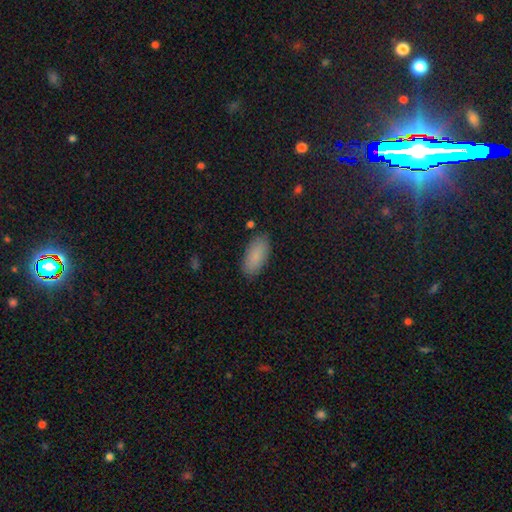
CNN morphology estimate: A smooth galaxy with no disk features (86%) that is in between round and cigar-shaped (89%).

Vote fractions:
- Smooth or featured? smooth: 86% / star or artifact: 8% / featured or disk: 6%
- How rounded? in between: 89% / cigar-shaped: 9% / round: 2%
- Merging? none: 86% / minor disturbance: 10% / major disturbance: 3% / merger: 1%